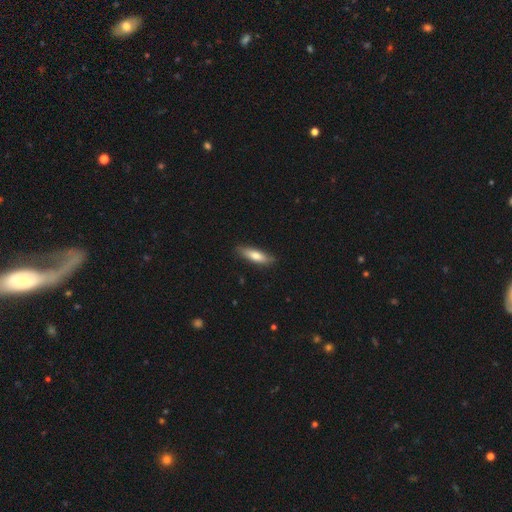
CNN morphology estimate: Smooth or featured: smooth — 71% (featured or disk — 23%)
How rounded: cigar-shaped — 62% (in between — 37%)
Merging: none — 85% (minor disturbance — 12%)